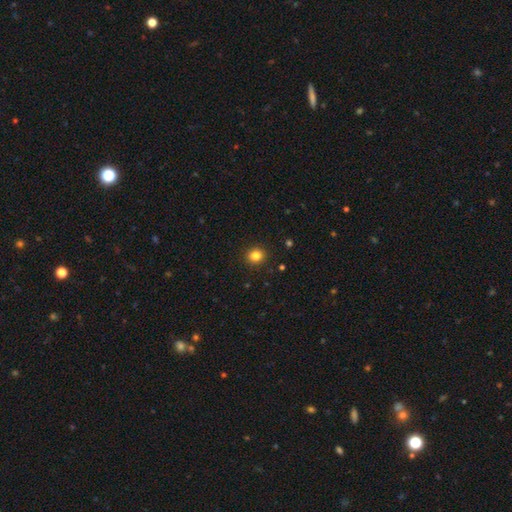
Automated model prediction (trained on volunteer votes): smooth_or_featured: smooth (p=0.84) [alt: star or artifact p=0.12]
how_rounded: round (p=0.84) [alt: in between p=0.15]
merging: none (p=0.91) [alt: minor disturbance p=0.06]